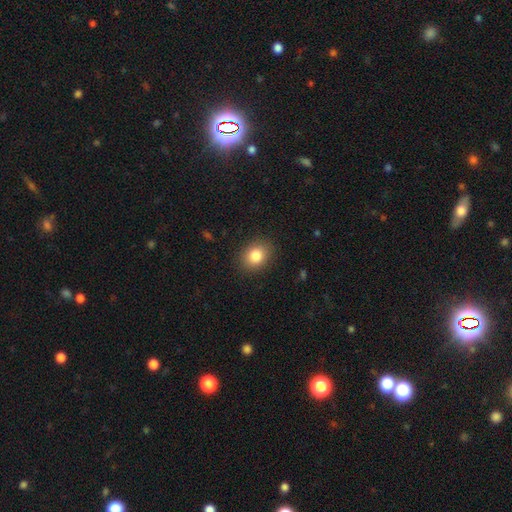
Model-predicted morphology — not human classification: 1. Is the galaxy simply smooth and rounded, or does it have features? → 84% smooth, 10% star or artifact, 7% featured or disk.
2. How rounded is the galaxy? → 51% round, 49% in between, 1% cigar-shaped.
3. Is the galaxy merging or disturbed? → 88% none, 9% minor disturbance, 3% major disturbance, 1% merger.